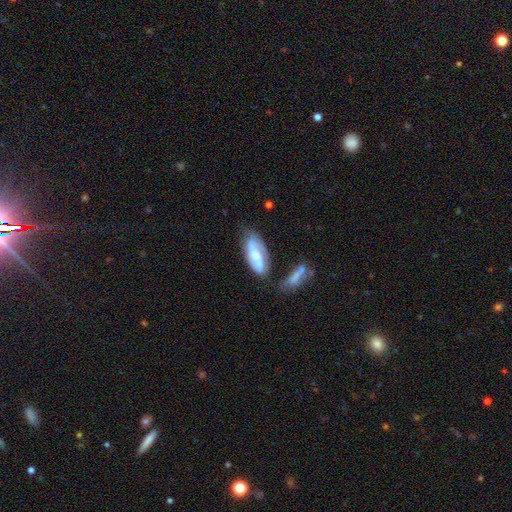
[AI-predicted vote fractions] A featured or disk galaxy (55%). Merging: none (52%).